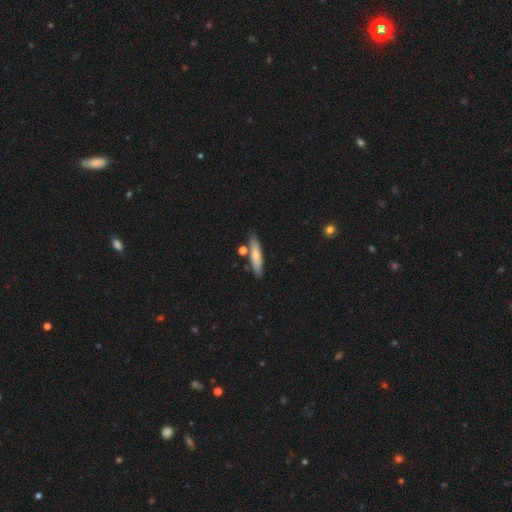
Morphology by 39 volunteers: Smooth or featured? 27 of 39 (69%) said smooth. How rounded? 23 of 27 (85%) said cigar-shaped. Merging? 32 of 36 (89%) said none.